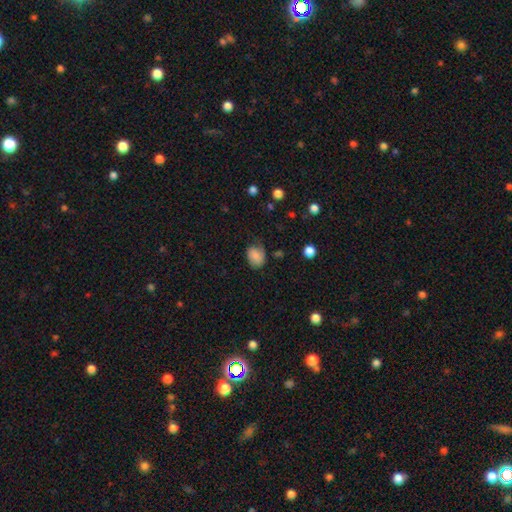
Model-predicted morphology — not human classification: This is likely a smooth galaxy (77%). How rounded: likely in between (61%). Merging: possibly none (58%).